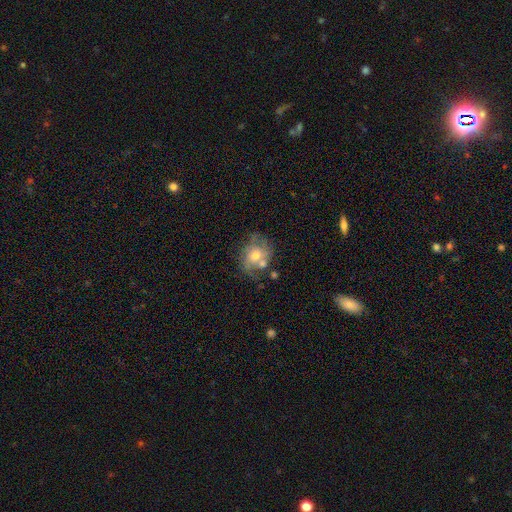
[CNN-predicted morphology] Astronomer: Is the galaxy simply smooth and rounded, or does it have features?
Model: featured or disk — 54% (runner-up: smooth, 37%).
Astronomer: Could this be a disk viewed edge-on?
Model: no — 97%.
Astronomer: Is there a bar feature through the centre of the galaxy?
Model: no — 76%.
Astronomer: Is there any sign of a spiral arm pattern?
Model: yes — 64%.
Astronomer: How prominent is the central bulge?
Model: moderate — 62%.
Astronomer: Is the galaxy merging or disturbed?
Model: none — 42% (runner-up: minor disturbance, 23%).